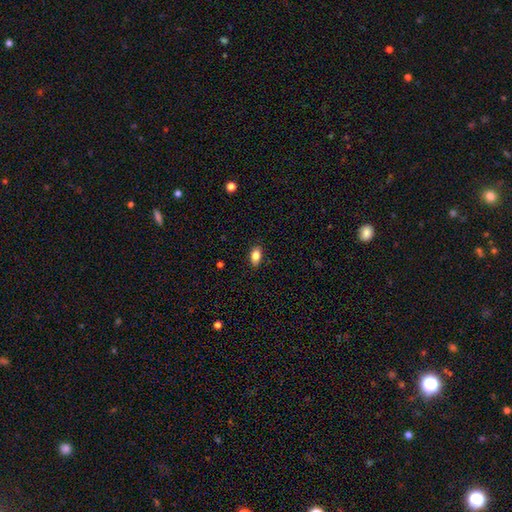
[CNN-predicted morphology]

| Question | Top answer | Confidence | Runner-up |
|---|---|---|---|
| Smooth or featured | smooth | 84% | star or artifact (8%) |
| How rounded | in between | 88% | round (9%) |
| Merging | none | 86% | minor disturbance (10%) |